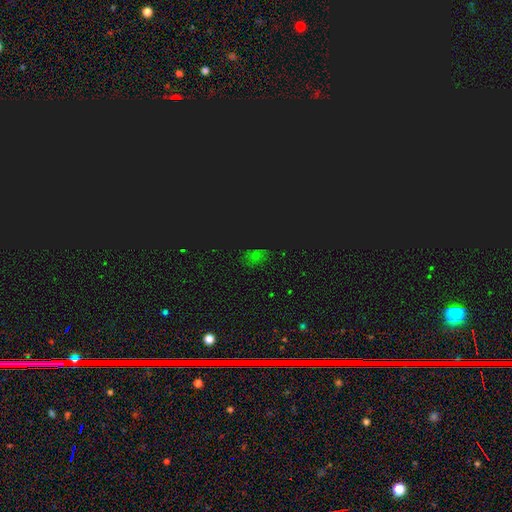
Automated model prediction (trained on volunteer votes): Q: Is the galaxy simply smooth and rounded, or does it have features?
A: star or artifact — 46%.